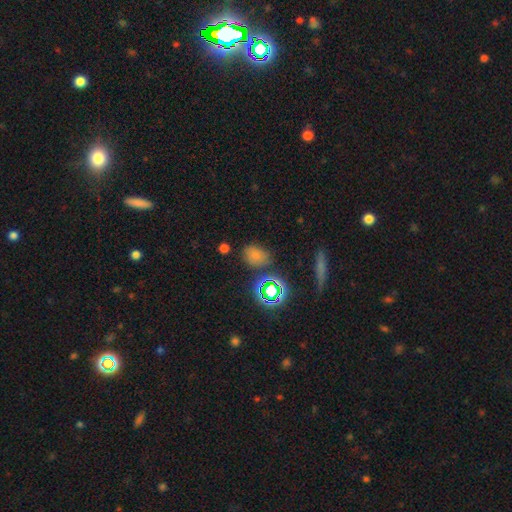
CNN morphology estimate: smooth-or-featured: smooth: 67% | star or artifact: 24% | featured or disk: 9%
  how-rounded: in between: 69% | round: 29% | cigar-shaped: 2%
  merging: none: 76% | minor disturbance: 15% | merger: 5% | major disturbance: 5%